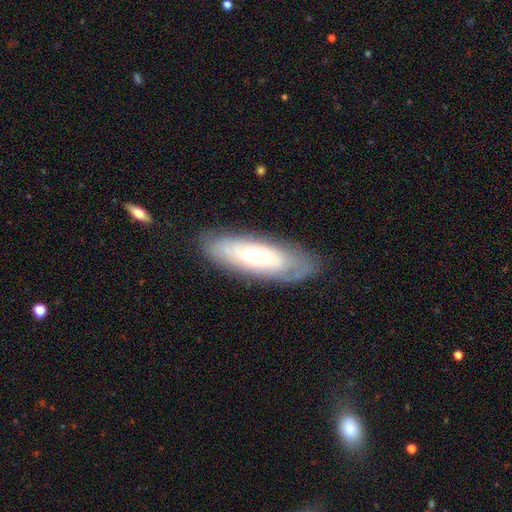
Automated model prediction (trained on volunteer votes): The model was most divided on "smooth or featured": featured or disk: 54%, smooth: 39%, star or artifact: 7%. More confident: merging — none (81%); edge-on disk — no (72%).